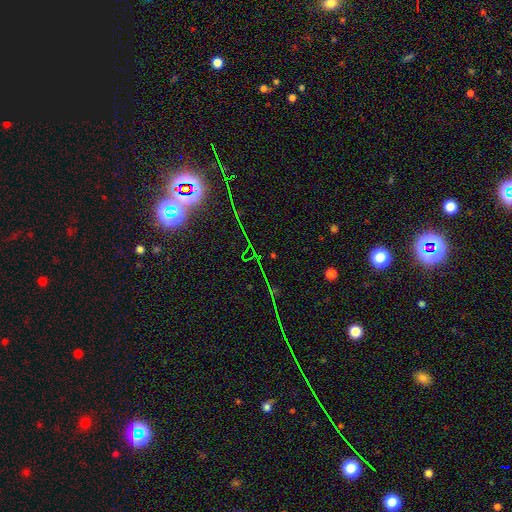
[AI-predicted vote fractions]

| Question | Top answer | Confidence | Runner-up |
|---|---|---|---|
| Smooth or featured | star or artifact | 77% | smooth (12%) |